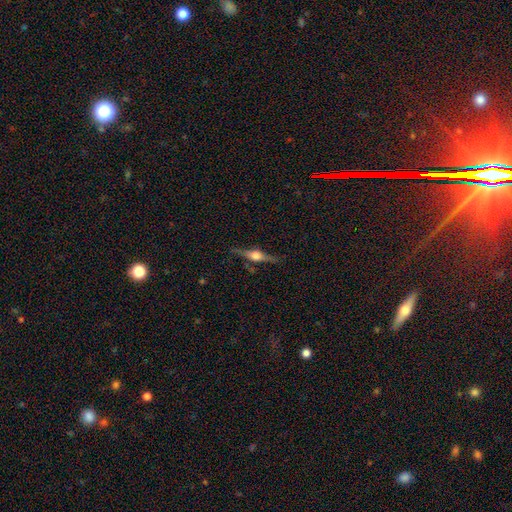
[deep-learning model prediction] smooth_or_featured: featured or disk (p=0.82) [alt: smooth p=0.12]
disk_edge_on: yes (p=0.98) [alt: no p=0.02]
edge_on_bulge: rounded (p=0.93) [alt: boxy p=0.06]
merging: none (p=0.86) [alt: minor disturbance p=0.10]